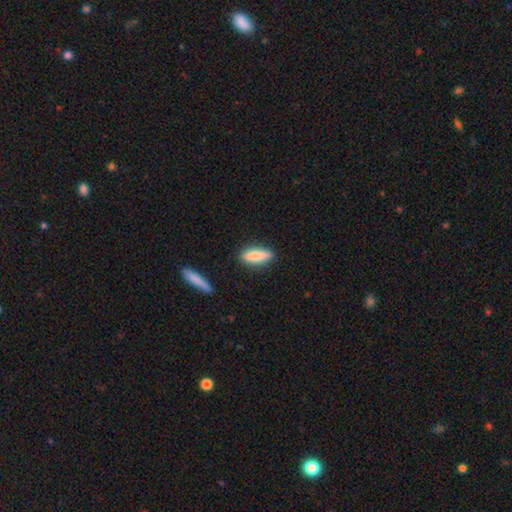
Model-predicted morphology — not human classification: smooth-or-featured: smooth: 75% | featured or disk: 19% | star or artifact: 6%
  how-rounded: cigar-shaped: 56% | in between: 42% | round: 2%
  merging: none: 85% | minor disturbance: 10% | merger: 2% | major disturbance: 2%